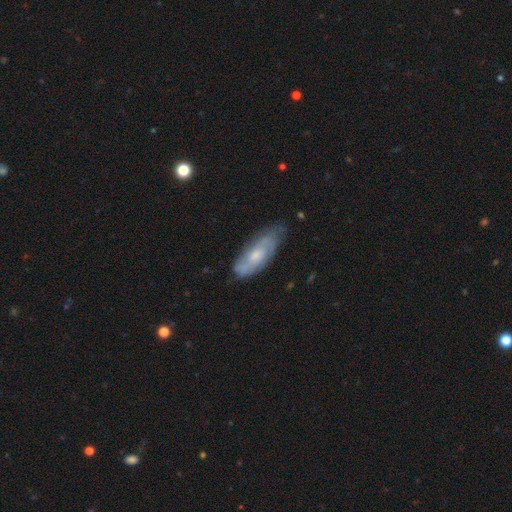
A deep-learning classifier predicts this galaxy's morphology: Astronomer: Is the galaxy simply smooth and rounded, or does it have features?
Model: featured or disk — 62%.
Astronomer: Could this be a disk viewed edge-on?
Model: no — 85%.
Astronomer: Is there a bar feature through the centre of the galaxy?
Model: no — 69%.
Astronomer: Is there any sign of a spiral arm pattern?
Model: yes — 83%.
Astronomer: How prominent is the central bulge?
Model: moderate — 48% (runner-up: small, 37%).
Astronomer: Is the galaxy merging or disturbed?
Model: none — 67%.